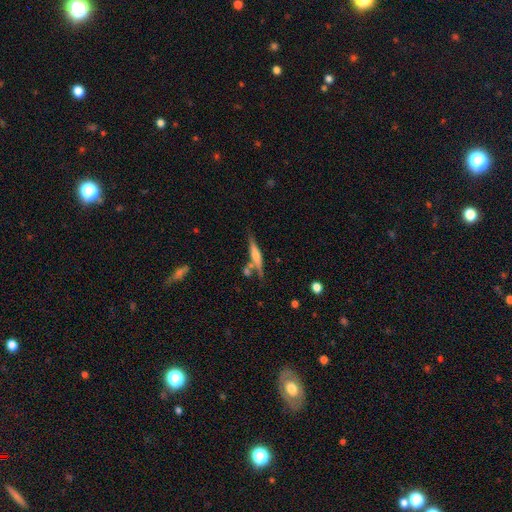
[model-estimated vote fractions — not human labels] Smooth or featured: featured or disk — 50% (smooth — 43%)
Edge-on disk: yes — 93% (no — 7%)
Merging: none — 64% (minor disturbance — 16%)